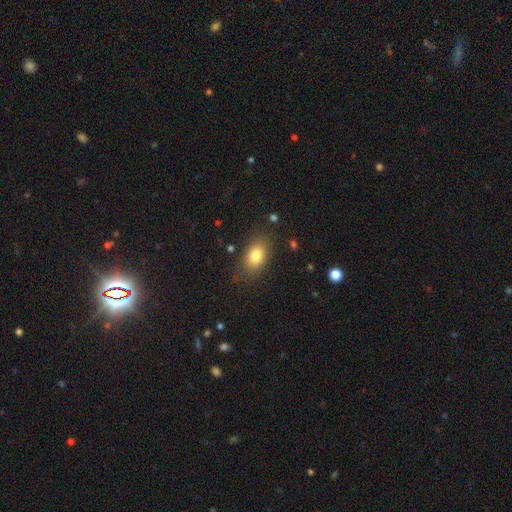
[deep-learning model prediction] Q: Smooth or featured?
A: smooth (80%); runner-up: featured or disk (11%)
Q: How rounded?
A: in between (80%); runner-up: round (18%)
Q: Merging?
A: none (79%); runner-up: minor disturbance (14%)